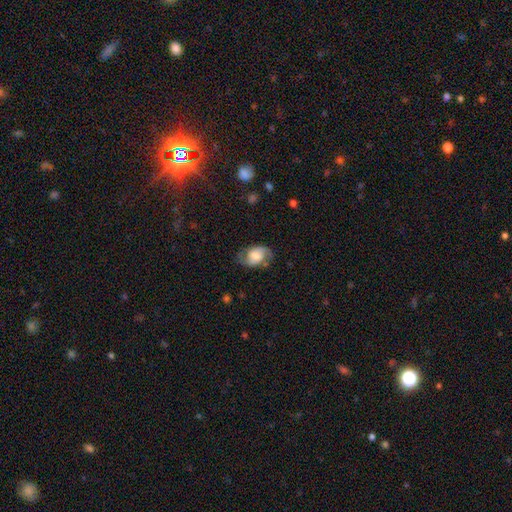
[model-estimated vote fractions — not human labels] Smooth or featured?
  - featured or disk: 64% *
  - smooth: 29%
  - star or artifact: 8%
Edge-on disk?
  - no: 96% *
  - yes: 4%
Bar?
  - no: 53% *
  - weak: 36%
  - strong: 11%
Spiral arms?
  - yes: 87% *
  - no: 13%
Spiral winding?
  - medium: 49% *
  - loose: 29%
  - tight: 23%
Spiral arm count?
  - 2: 88% *
  - can't tell: 6%
  - 1: 3%
  - 3: 1%
  - 4: 1%
  - more than 4: 1%
Bulge size?
  - moderate: 31% * (tied)
  - large: 31% * (tied)
  - small: 21%
  - none: 10%
  - dominant: 6%
Merging?
  - none: 70% *
  - minor disturbance: 19%
  - major disturbance: 9%
  - merger: 2%